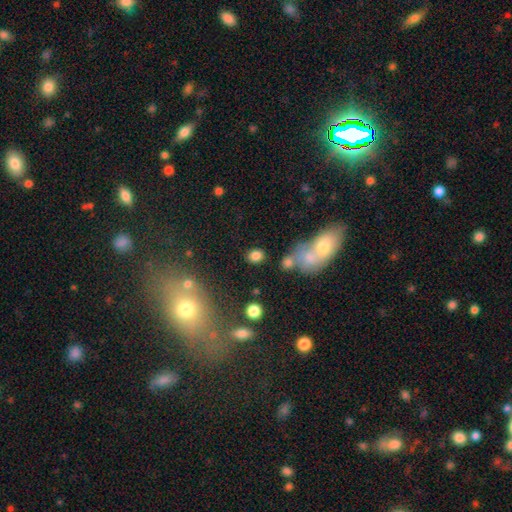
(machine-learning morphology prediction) The model was most divided on "how rounded": round: 55%, in between: 43%, cigar-shaped: 2%. More confident: smooth or featured — smooth (81%); merging — none (77%).